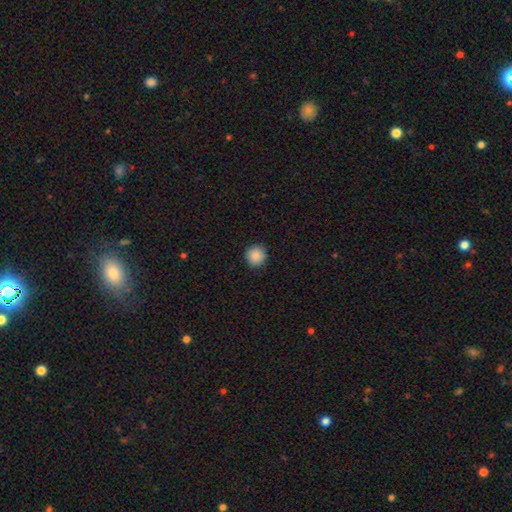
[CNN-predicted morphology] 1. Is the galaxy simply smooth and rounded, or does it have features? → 88% smooth, 9% star or artifact, 3% featured or disk.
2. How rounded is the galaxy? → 91% round, 9% in between, 1% cigar-shaped.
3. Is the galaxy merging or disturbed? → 90% none, 7% minor disturbance, 2% major disturbance, 1% merger.